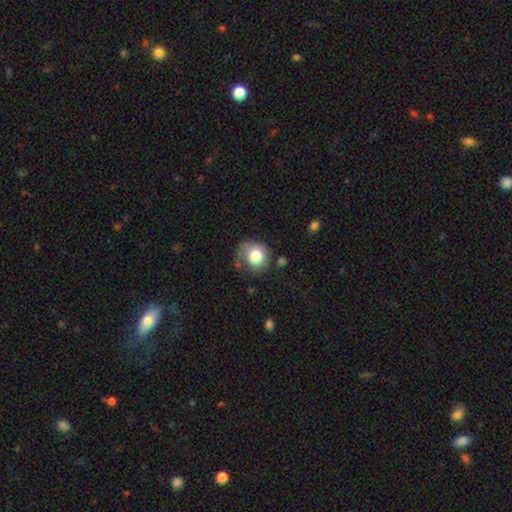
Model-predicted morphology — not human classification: smooth-or-featured: smooth: 77% | featured or disk: 15% | star or artifact: 8%
  how-rounded: round: 79% | in between: 21% | cigar-shaped: 1%
  merging: none: 51% | minor disturbance: 28% | major disturbance: 17% | merger: 5%